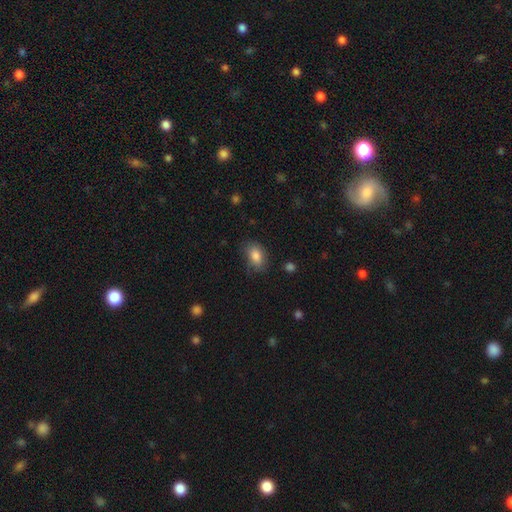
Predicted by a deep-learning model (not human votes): smooth-or-featured: smooth: 84% | star or artifact: 8% | featured or disk: 8%
  how-rounded: in between: 85% | round: 14% | cigar-shaped: 2%
  merging: none: 75% | minor disturbance: 19% | major disturbance: 5% | merger: 2%